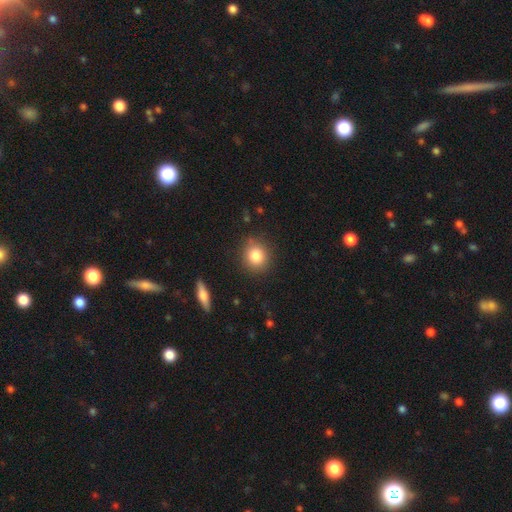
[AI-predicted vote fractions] smooth_or_featured: smooth (p=0.82) [alt: star or artifact p=0.10]
how_rounded: round (p=0.83) [alt: in between p=0.16]
merging: none (p=0.86) [alt: minor disturbance p=0.10]